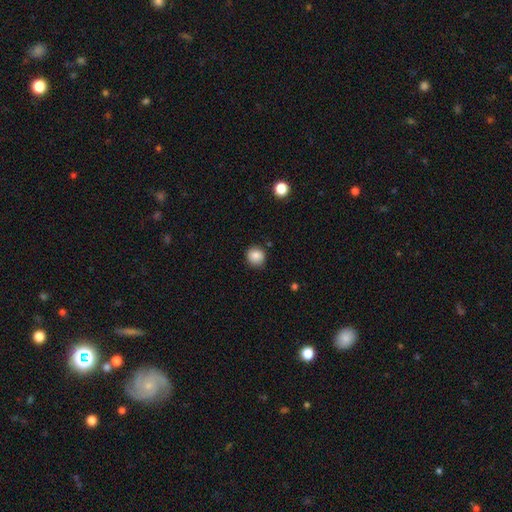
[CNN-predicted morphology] The model was most divided on "merging": none: 85%, minor disturbance: 11%, major disturbance: 2%, merger: 2%. More confident: how rounded — round (88%); smooth or featured — smooth (86%).